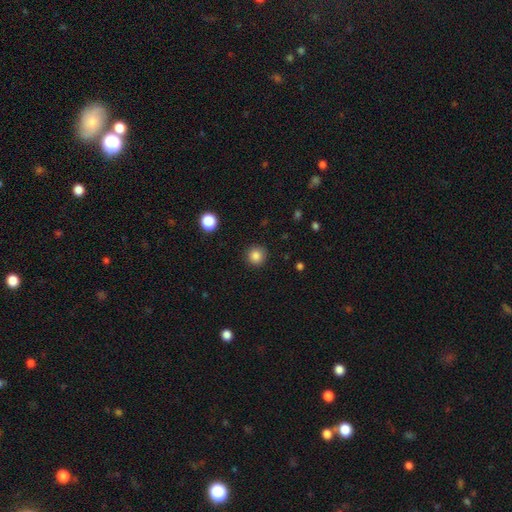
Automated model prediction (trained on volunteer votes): Smooth or featured?
  - smooth: 85% *
  - star or artifact: 11%
  - featured or disk: 4%
How rounded?
  - round: 94% *
  - in between: 5%
  - cigar-shaped: 1%
Merging?
  - none: 91% *
  - minor disturbance: 6%
  - major disturbance: 2%
  - merger: 1%